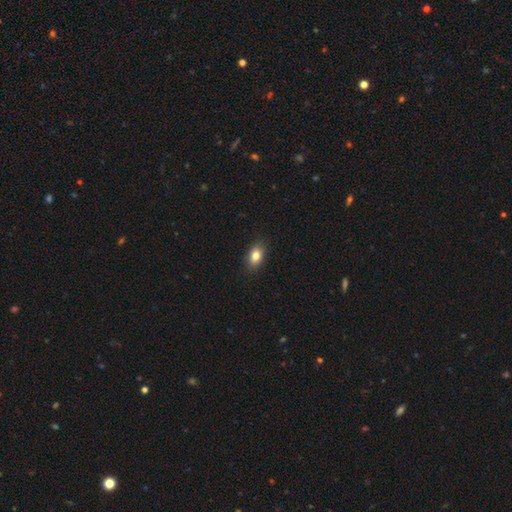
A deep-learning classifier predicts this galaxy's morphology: A smooth galaxy with no disk features (82%) that is in between round and cigar-shaped (83%). Merging: none (88%).